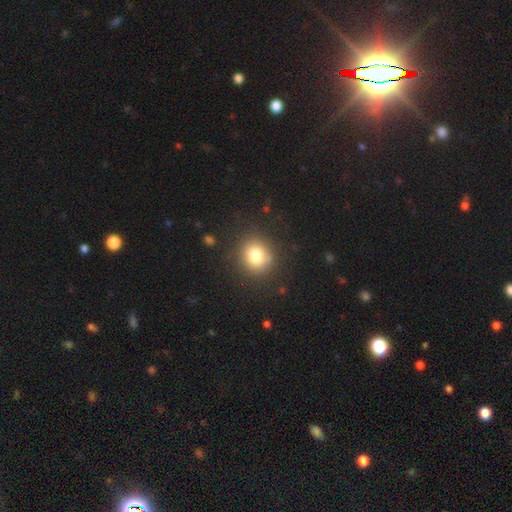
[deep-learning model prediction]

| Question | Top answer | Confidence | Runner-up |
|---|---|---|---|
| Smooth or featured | smooth | 78% | star or artifact (12%) |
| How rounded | round | 85% | in between (14%) |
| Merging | none | 85% | minor disturbance (9%) |